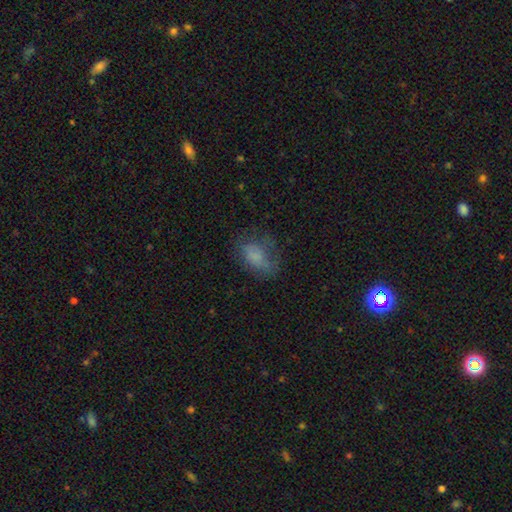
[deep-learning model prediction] Smooth or featured? Predicted: smooth (p=0.67). How rounded? Predicted: in between (p=0.84). Merging? Predicted: none (p=0.46).